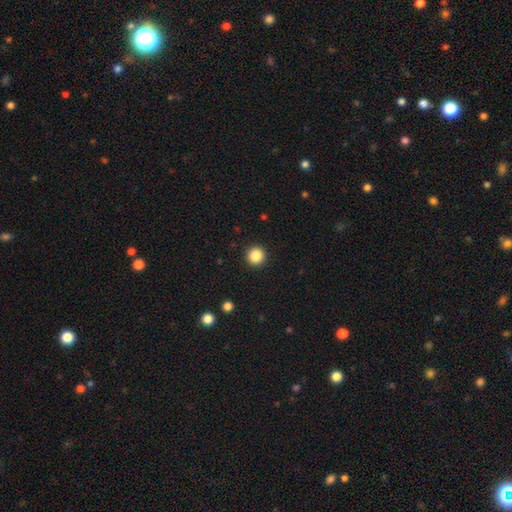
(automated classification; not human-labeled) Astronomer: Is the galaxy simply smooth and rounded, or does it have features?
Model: smooth — 86%.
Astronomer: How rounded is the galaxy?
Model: round — 96%.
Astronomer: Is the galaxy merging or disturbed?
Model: none — 93%.